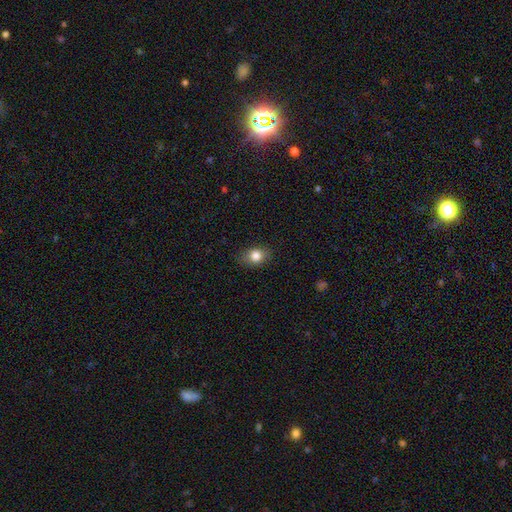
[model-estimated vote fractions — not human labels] Smooth or featured? Predicted: smooth (p=0.82). How rounded? Predicted: in between (p=0.56). Merging? Predicted: none (p=0.83).